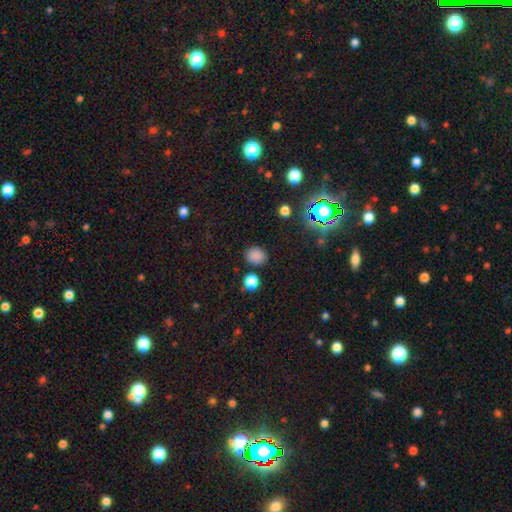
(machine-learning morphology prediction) Overall: smooth (81%). How rounded: round (69%; in between 30%). Merging: none (84%).